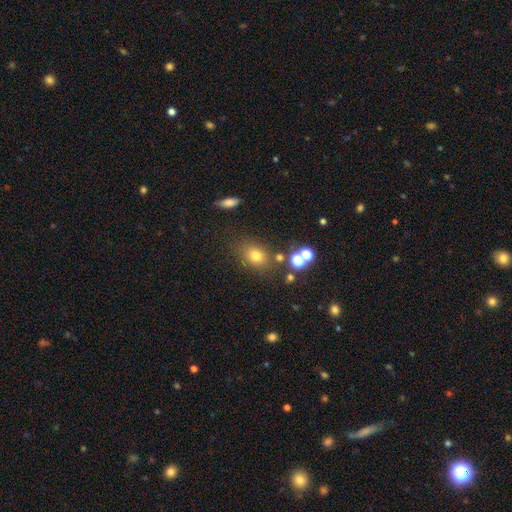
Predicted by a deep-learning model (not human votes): The model was most divided on "how rounded": in between: 52%, round: 46%, cigar-shaped: 2%. More confident: merging — none (74%); smooth or featured — smooth (74%).